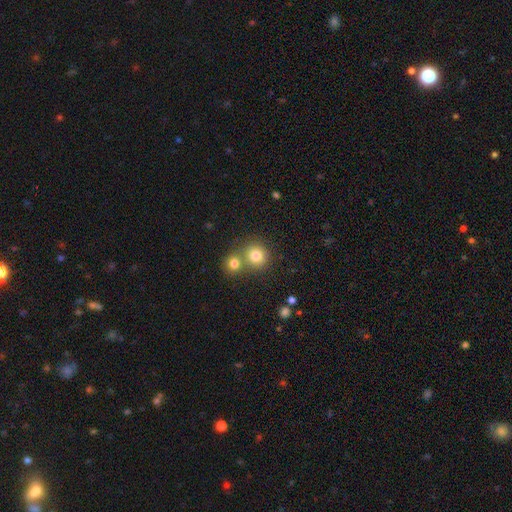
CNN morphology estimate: Smooth or featured? Predicted: smooth (p=0.80). How rounded? Predicted: round (p=0.88). Merging? Predicted: none (p=0.55).